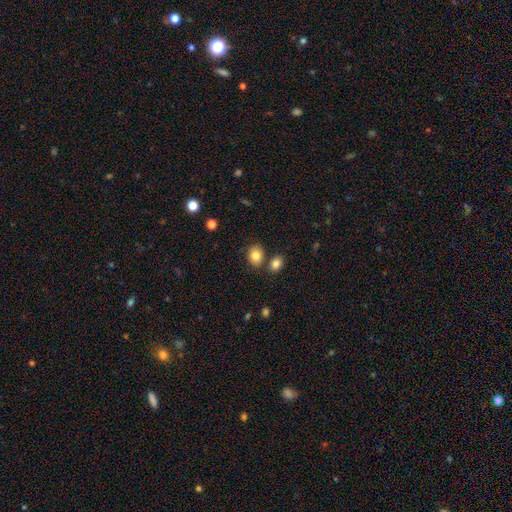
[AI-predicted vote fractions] A smooth galaxy with no disk features (83%) that is in between round and cigar-shaped (54%).

Vote fractions:
- Smooth or featured? smooth: 83% / star or artifact: 9% / featured or disk: 8%
- How rounded? in between: 54% / round: 45% / cigar-shaped: 1%
- Merging? none: 74% / merger: 13% / minor disturbance: 10% / major disturbance: 3%